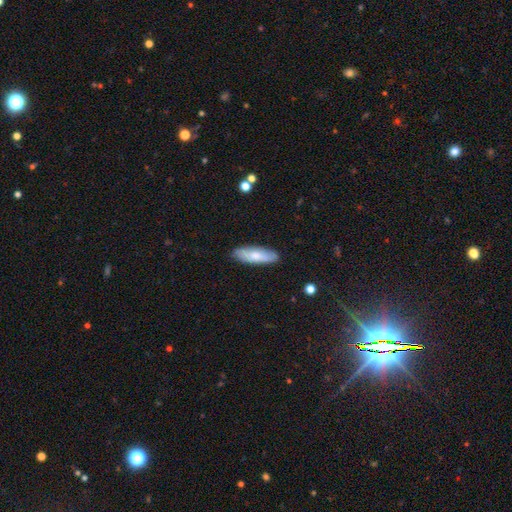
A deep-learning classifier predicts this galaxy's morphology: Smooth or featured: smooth — 73% (featured or disk — 22%)
How rounded: in between — 53% (cigar-shaped — 45%)
Merging: none — 86% (minor disturbance — 11%)